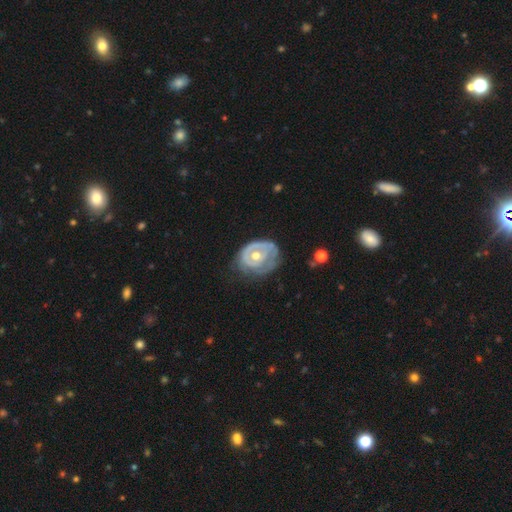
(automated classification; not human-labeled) Overall: featured or disk (70%). Edge-on disk: no (96%). Bar: no (73%). Spiral arms: yes (51%; no 49%). Bulge size: moderate (69%). Merging: none (47%; minor disturbance 31%).